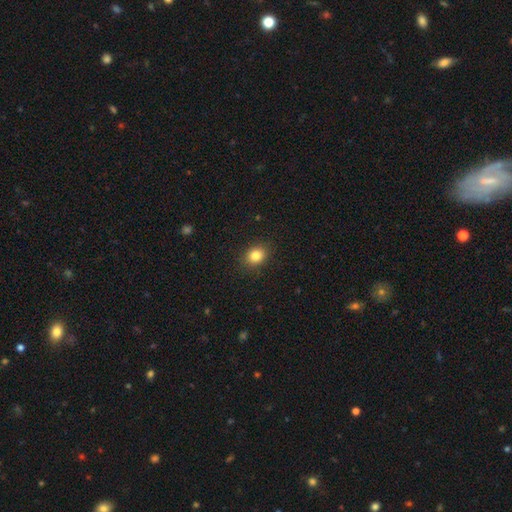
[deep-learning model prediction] Overall: smooth (84%). How rounded: round (53%; in between 46%). Merging: none (88%).